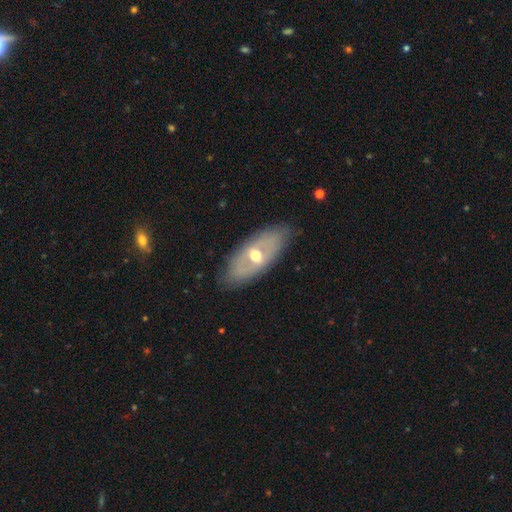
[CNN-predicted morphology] smooth_or_featured: featured or disk (p=0.62) [alt: smooth p=0.32]
disk_edge_on: no (p=0.81) [alt: yes p=0.19]
bar: no (p=0.51) [alt: weak p=0.33]
has_spiral_arms: no (p=0.75) [alt: yes p=0.25]
bulge_size: moderate (p=0.74) [alt: small p=0.16]
merging: none (p=0.81) [alt: minor disturbance p=0.13]